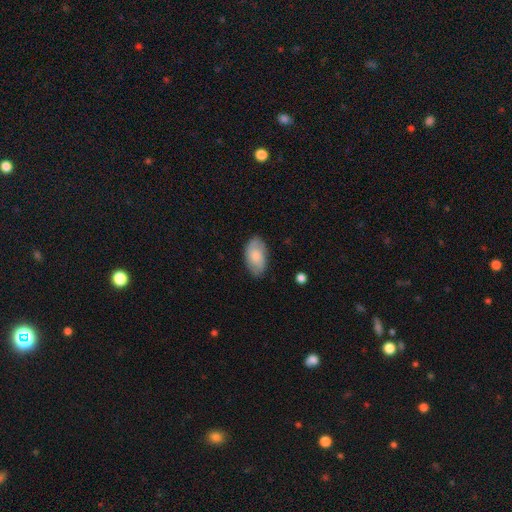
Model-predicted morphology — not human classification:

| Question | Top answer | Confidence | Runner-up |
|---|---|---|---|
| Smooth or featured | smooth | 72% | featured or disk (22%) |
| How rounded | in between | 94% | round (4%) |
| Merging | none | 81% | minor disturbance (15%) |